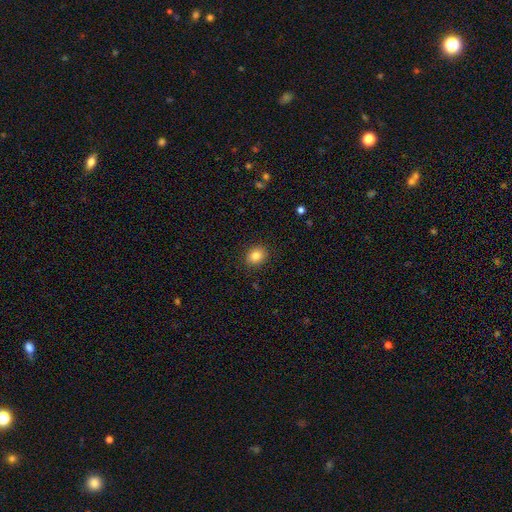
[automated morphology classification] Smooth or featured? Predicted: smooth (p=0.84). How rounded? Predicted: round (p=0.62). Merging? Predicted: none (p=0.89).